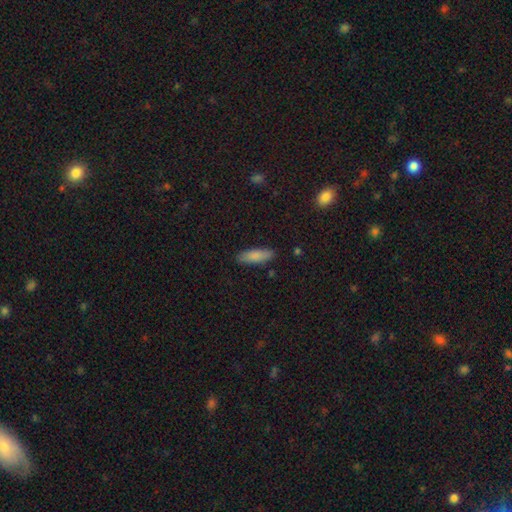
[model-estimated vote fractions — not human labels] Overall: smooth (85%). How rounded: in between (54%; cigar-shaped 44%). Merging: none (87%).